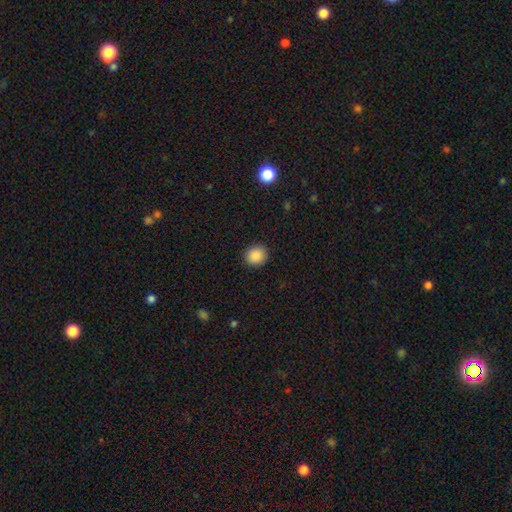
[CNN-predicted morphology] This appears to be a smooth galaxy with no disk features (88%) that is round (81%). Merging: none (91%).